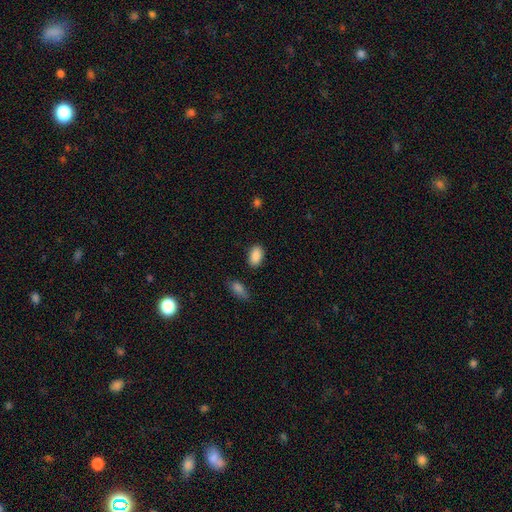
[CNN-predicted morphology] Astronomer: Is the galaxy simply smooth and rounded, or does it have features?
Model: smooth — 89%.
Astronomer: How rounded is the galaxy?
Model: in between — 91%.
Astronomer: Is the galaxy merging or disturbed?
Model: none — 85%.